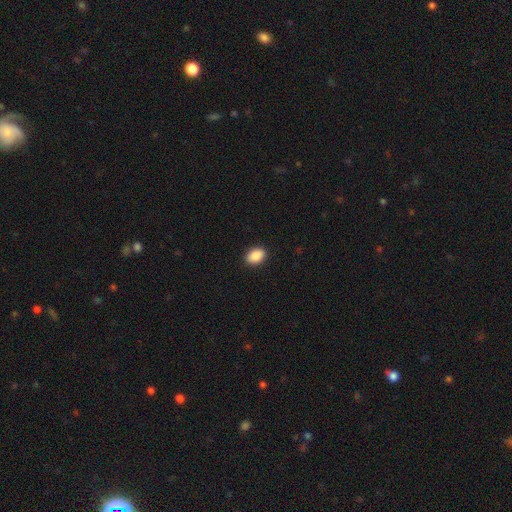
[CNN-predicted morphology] This appears to be a smooth galaxy with no disk features (90%) that is in between round and cigar-shaped (85%). Merging: none (90%).